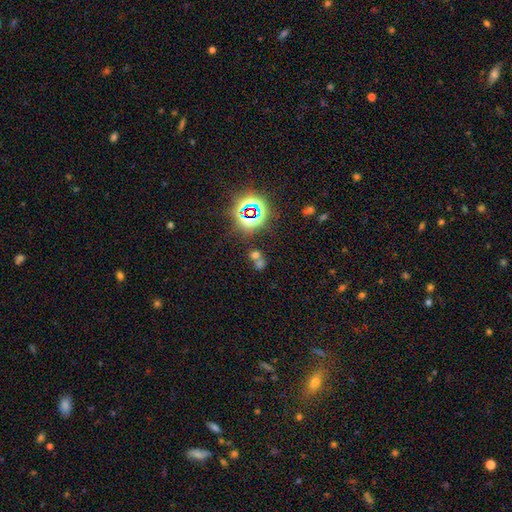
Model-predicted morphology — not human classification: Smooth or featured: smooth — 48% (star or artifact — 39%)
Merging: merger — 49% (none — 40%)